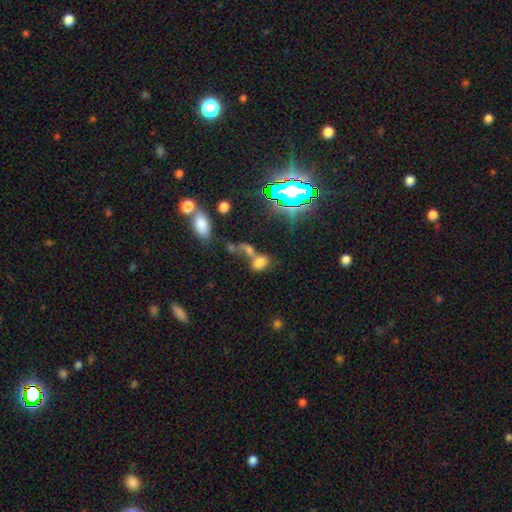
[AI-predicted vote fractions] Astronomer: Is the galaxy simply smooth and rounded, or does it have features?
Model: star or artifact — 61%.